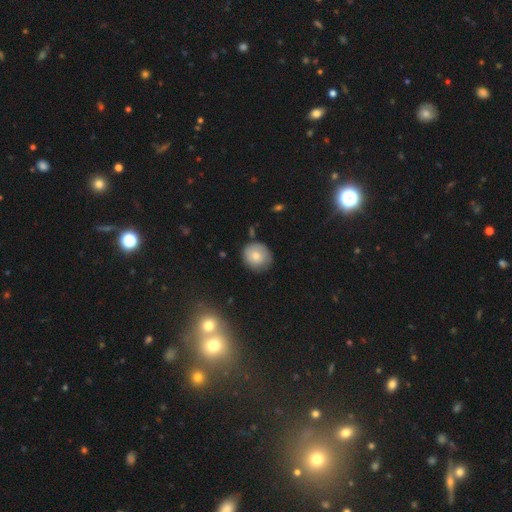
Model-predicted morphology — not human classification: A smooth galaxy with no disk features (74%) that is round (85%). Merging: none (76%).